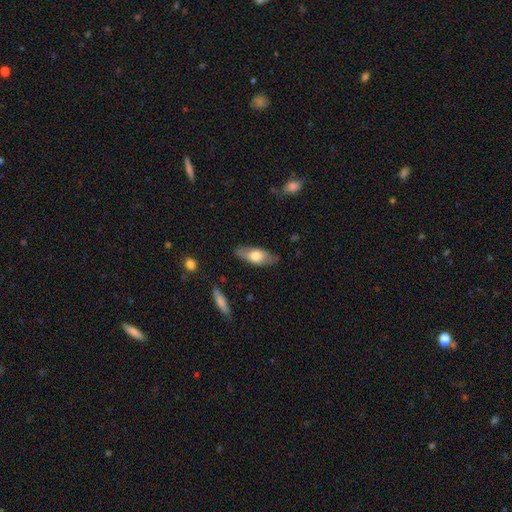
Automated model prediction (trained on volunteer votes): smooth-or-featured: smooth: 61% | featured or disk: 33% | star or artifact: 6%
  how-rounded: in between: 74% | cigar-shaped: 23% | round: 3%
  merging: none: 81% | minor disturbance: 15% | major disturbance: 3% | merger: 1%